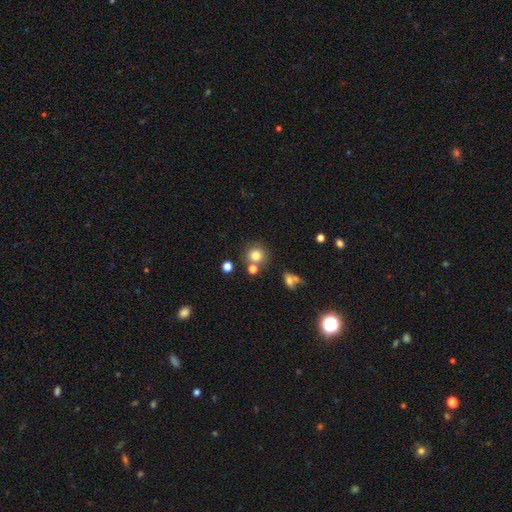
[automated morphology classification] Q: Smooth or featured?
A: smooth (78%); runner-up: star or artifact (13%)
Q: How rounded?
A: round (88%); runner-up: in between (11%)
Q: Merging?
A: none (68%); runner-up: merger (17%)